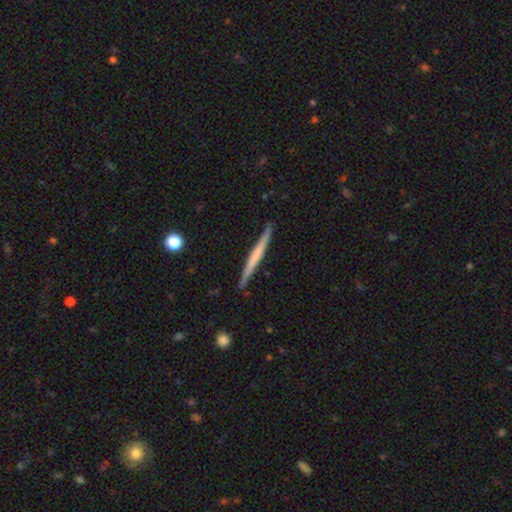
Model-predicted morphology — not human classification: Overall: featured or disk (51%; smooth 44%). Edge-on disk: yes (97%). Merging: none (89%).